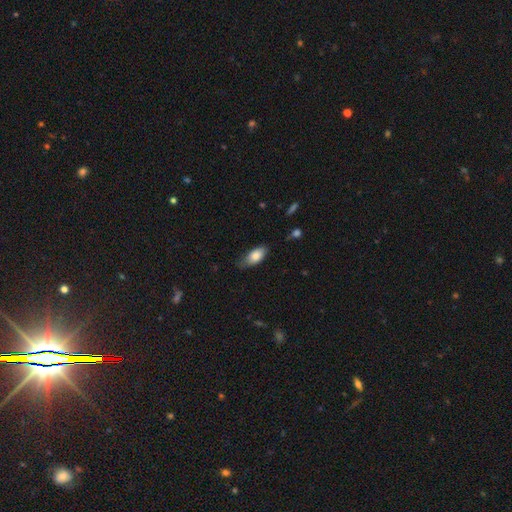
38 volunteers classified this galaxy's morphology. smooth-or-featured: smooth: 95% | featured or disk: 5% | star or artifact: 0%
  how-rounded: in between: 92% | cigar-shaped: 6% | round: 3%
  merging: none: 50% | minor disturbance: 37% | major disturbance: 11% | merger: 3%